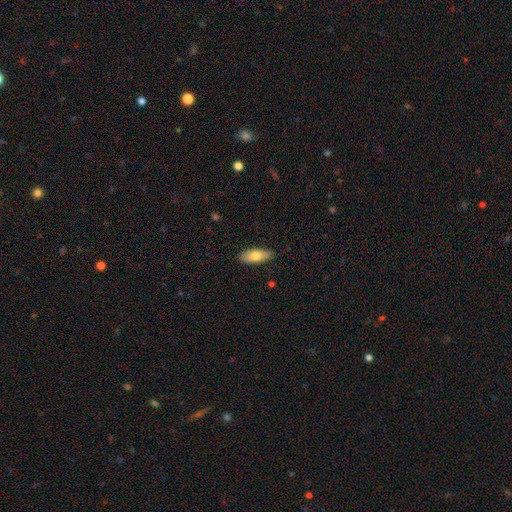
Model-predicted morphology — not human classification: Smooth or featured? smooth (74%)
How rounded? in between (74%)
Merging? none (87%)